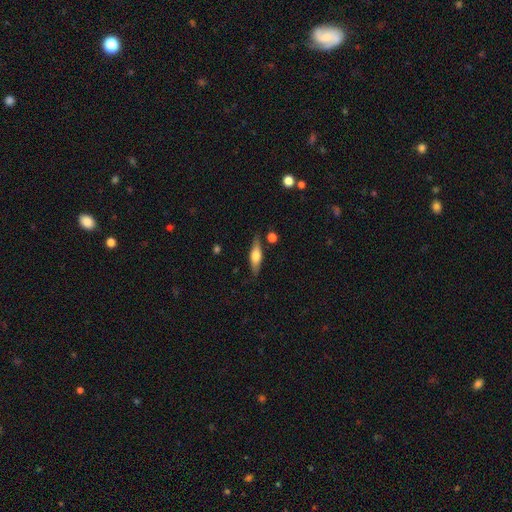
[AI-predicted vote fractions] Q: Smooth or featured?
A: featured or disk (47%); runner-up: smooth (46%)
Q: Merging?
A: none (82%); runner-up: minor disturbance (12%)